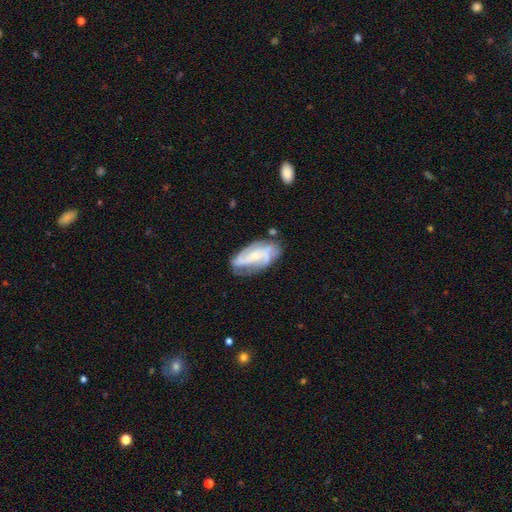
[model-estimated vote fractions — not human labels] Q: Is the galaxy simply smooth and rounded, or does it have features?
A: featured or disk — 76%.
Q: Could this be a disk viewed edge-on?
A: no — 94%.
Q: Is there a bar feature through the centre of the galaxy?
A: no — 55%.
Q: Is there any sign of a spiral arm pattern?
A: yes — 91%.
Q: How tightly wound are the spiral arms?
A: medium — 42%.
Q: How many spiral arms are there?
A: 2 — 39%.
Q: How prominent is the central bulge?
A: small — 64%.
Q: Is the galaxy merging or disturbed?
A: none — 66%.